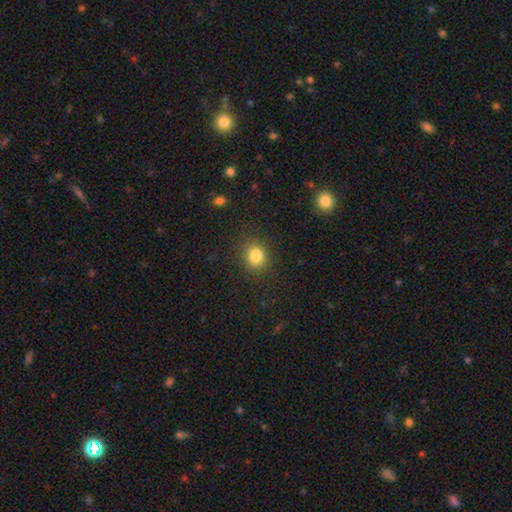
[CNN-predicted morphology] Smooth or featured? smooth (83%)
How rounded? round (63%)
Merging? none (79%)